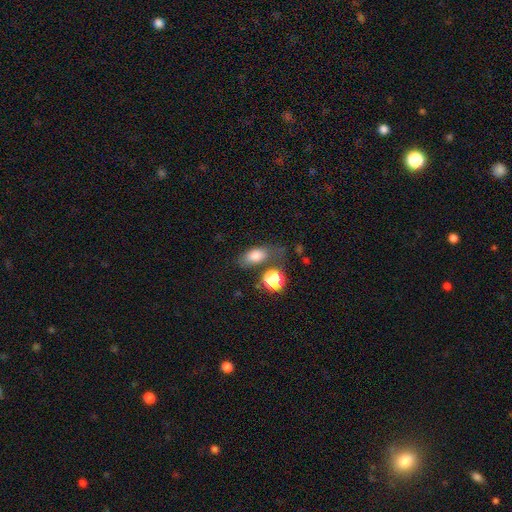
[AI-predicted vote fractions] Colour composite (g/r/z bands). It shows a smooth galaxy with no disk features (79%) that is in between round and cigar-shaped (82%). Merging: none (59%).